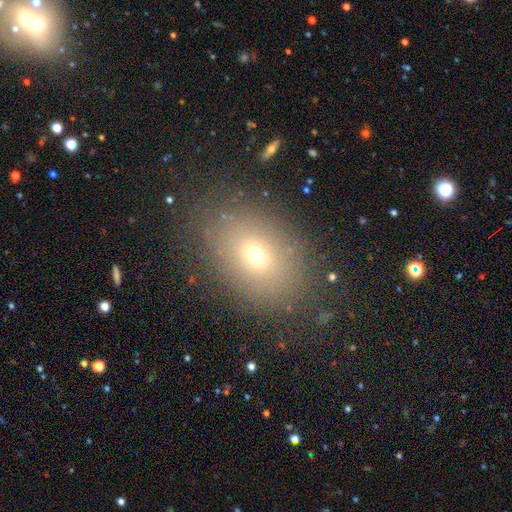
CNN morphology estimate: smooth_or_featured: smooth (p=0.65) [alt: star or artifact p=0.19]
how_rounded: in between (p=0.69) [alt: round p=0.29]
merging: none (p=0.79) [alt: minor disturbance p=0.12]